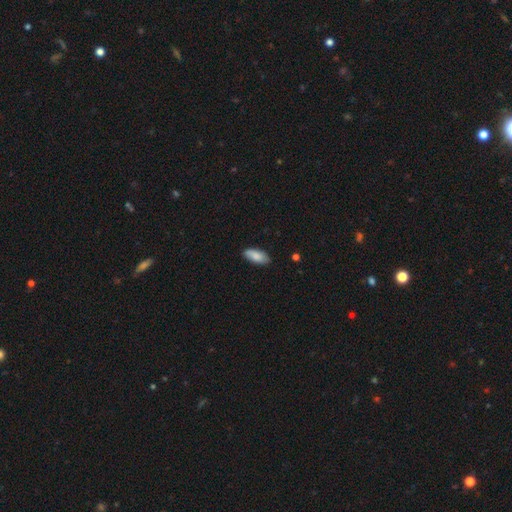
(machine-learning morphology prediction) A smooth galaxy with no disk features (86%) that is in between round and cigar-shaped (87%).

Vote fractions:
- Smooth or featured? smooth: 86% / featured or disk: 8% / star or artifact: 6%
- How rounded? in between: 87% / cigar-shaped: 11% / round: 2%
- Merging? none: 85% / minor disturbance: 12% / major disturbance: 2% / merger: 1%